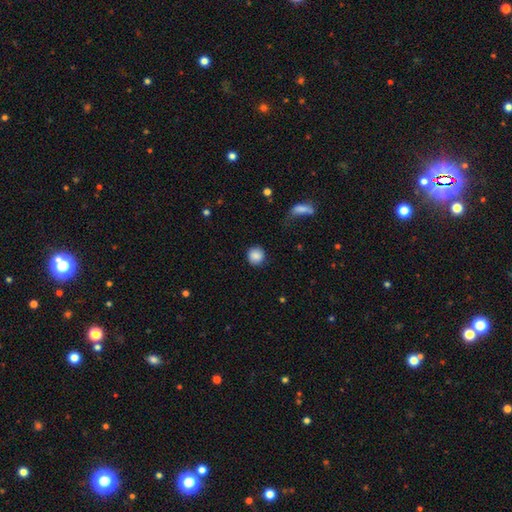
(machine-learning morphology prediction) A smooth galaxy with no disk features (87%) that is round (91%). Merging: none (84%).